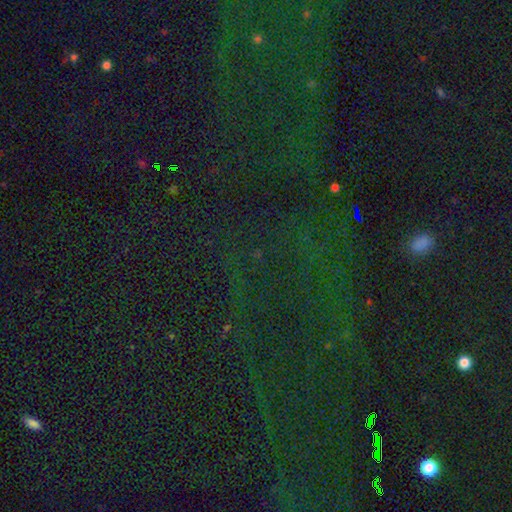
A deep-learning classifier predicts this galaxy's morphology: type=star or artifact (83%).